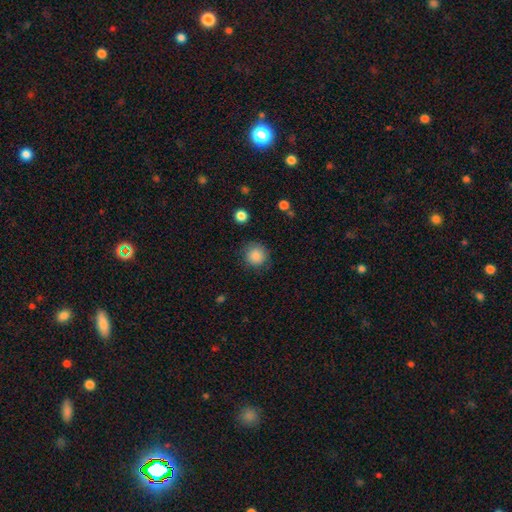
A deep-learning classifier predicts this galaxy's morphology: The model was most divided on "merging": none: 83%, minor disturbance: 12%, major disturbance: 4%, merger: 1%. More confident: how rounded — round (92%); smooth or featured — smooth (87%).